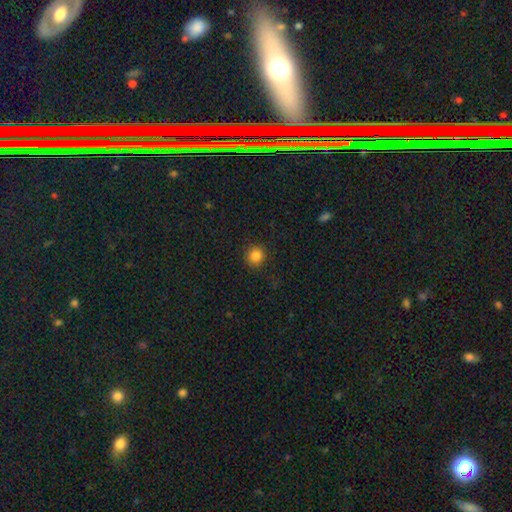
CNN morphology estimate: Smooth or featured? Predicted: smooth (p=0.84). How rounded? Predicted: round (p=0.93). Merging? Predicted: none (p=0.90).